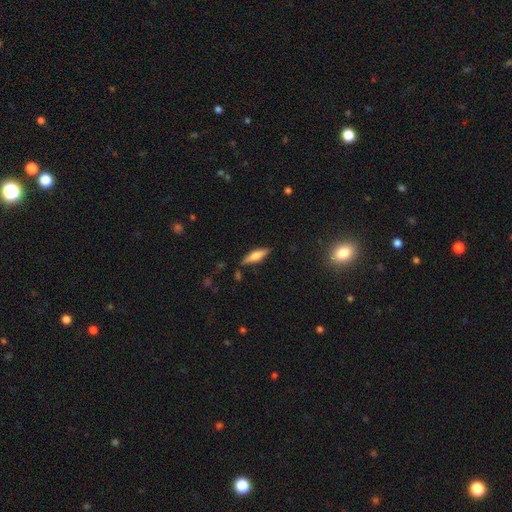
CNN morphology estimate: Q: Smooth or featured?
A: smooth (57%); runner-up: featured or disk (37%)
Q: How rounded?
A: cigar-shaped (64%); runner-up: in between (34%)
Q: Merging?
A: none (83%); runner-up: minor disturbance (12%)